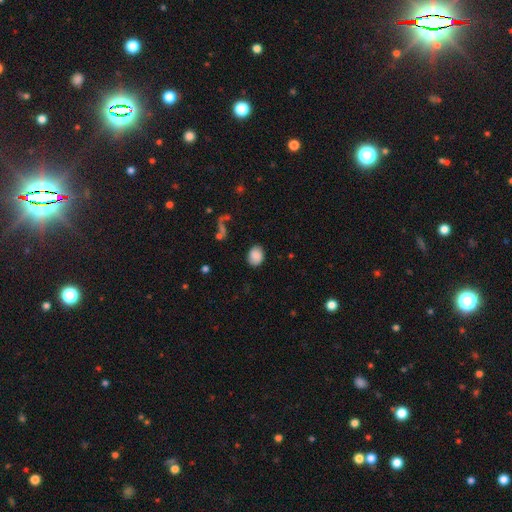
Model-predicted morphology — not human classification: Smooth or featured?
  - smooth: 85% *
  - star or artifact: 8%
  - featured or disk: 6%
How rounded?
  - in between: 57% *
  - round: 42%
  - cigar-shaped: 1%
Merging?
  - none: 82% *
  - minor disturbance: 12%
  - major disturbance: 4%
  - merger: 2%